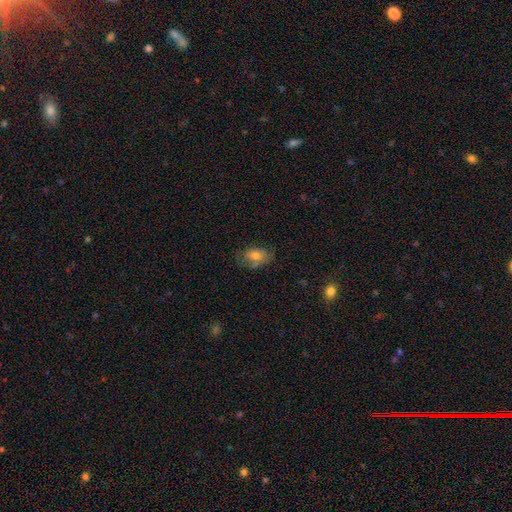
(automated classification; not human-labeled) smooth 61%, featured or disk 29%, star or artifact 11%. Down the decision tree: how rounded — in between (86%); merging — none (61%).